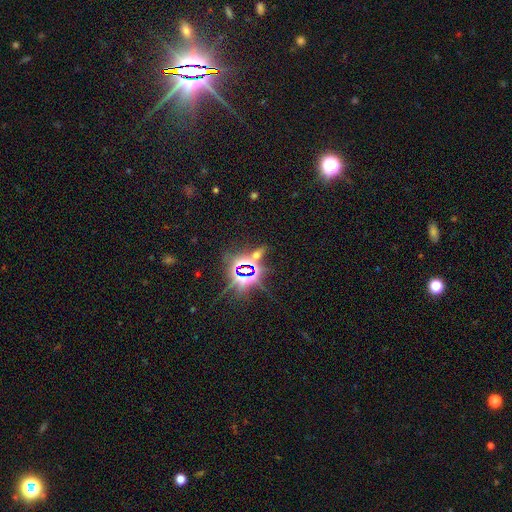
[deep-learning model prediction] Smooth or featured? Predicted: star or artifact (p=0.72).